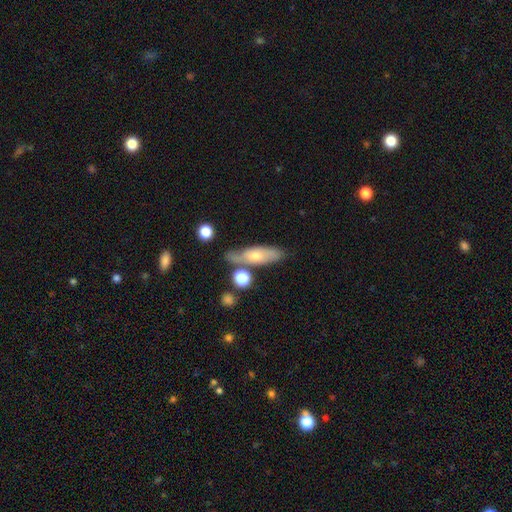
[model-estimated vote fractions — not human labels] Smooth or featured?
  - smooth: 52% *
  - featured or disk: 41%
  - star or artifact: 7%
How rounded?
  - cigar-shaped: 51% *
  - in between: 45%
  - round: 4%
Merging?
  - none: 62% *
  - minor disturbance: 20%
  - merger: 11%
  - major disturbance: 6%